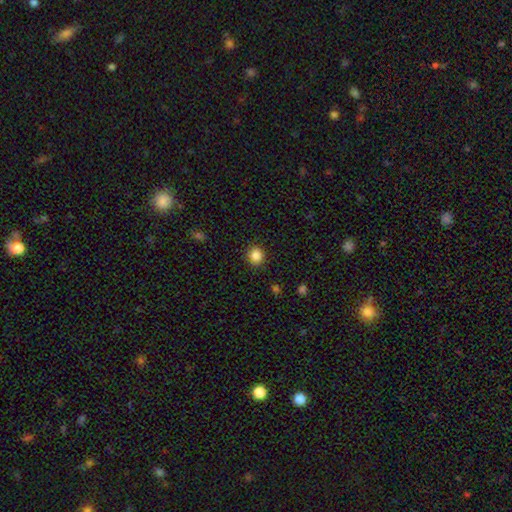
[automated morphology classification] This is clearly a smooth galaxy (85%). How rounded: clearly round (84%). Merging: clearly none (90%).